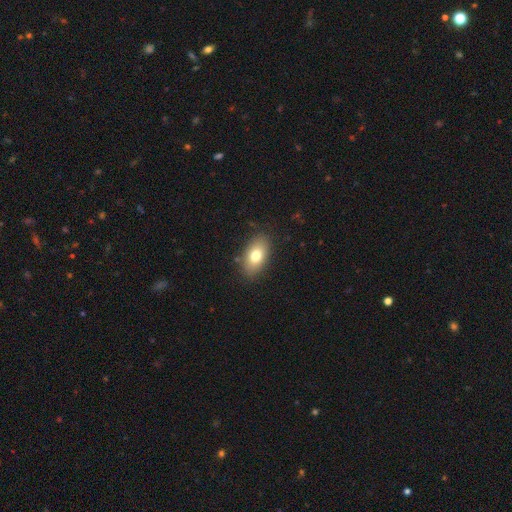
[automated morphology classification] smooth-or-featured: smooth: 75% | featured or disk: 16% | star or artifact: 8%
  how-rounded: in between: 90% | round: 7% | cigar-shaped: 3%
  merging: none: 85% | minor disturbance: 11% | major disturbance: 3% | merger: 1%